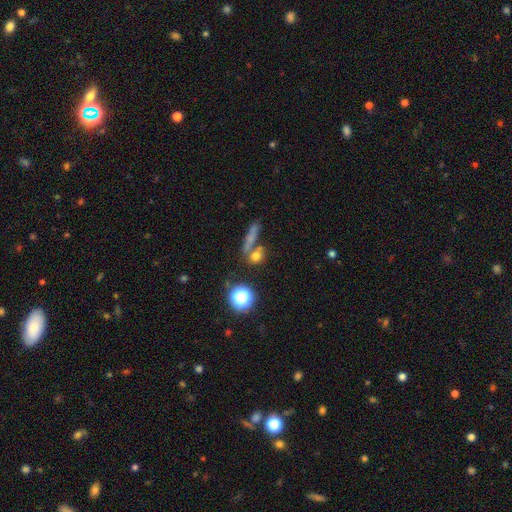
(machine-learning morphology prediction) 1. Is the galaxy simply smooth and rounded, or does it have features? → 67% smooth, 20% star or artifact, 13% featured or disk.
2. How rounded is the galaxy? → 64% round, 21% in between, 15% cigar-shaped.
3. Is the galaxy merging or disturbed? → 58% none, 26% merger, 10% minor disturbance, 6% major disturbance.